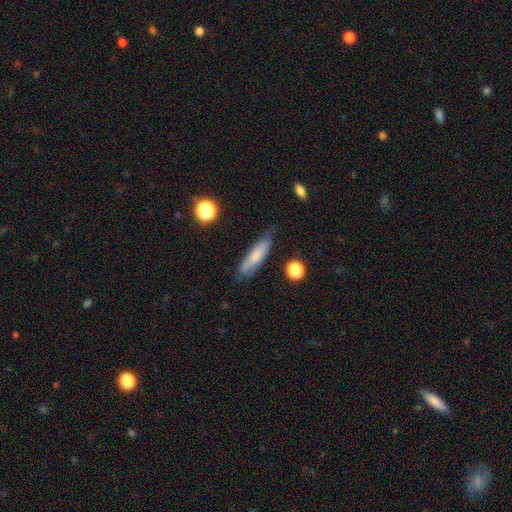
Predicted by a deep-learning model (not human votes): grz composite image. It shows a smooth galaxy with no disk features (69%) that is cigar-shaped (71%). Merging: none (72%).